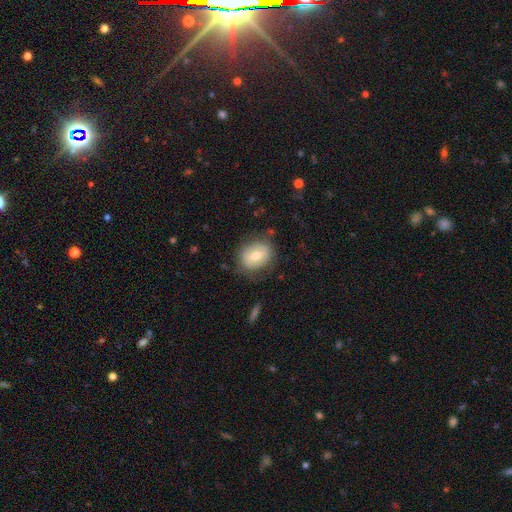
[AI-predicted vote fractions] A smooth galaxy with no disk features (61%) that is round (52%).

Vote fractions:
- Smooth or featured? smooth: 61% / featured or disk: 31% / star or artifact: 8%
- How rounded? round: 52% / in between: 47% / cigar-shaped: 1%
- Merging? none: 75% / minor disturbance: 17% / major disturbance: 7% / merger: 2%